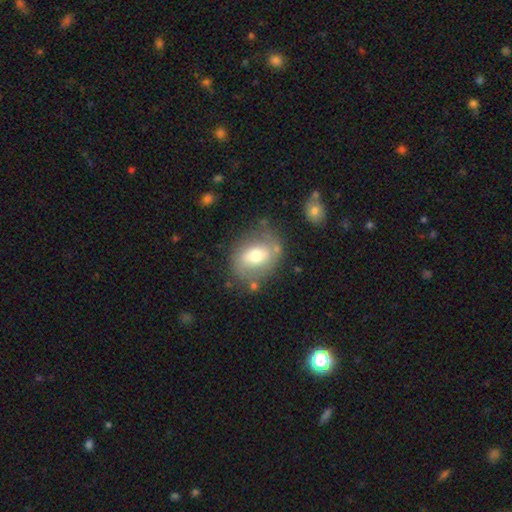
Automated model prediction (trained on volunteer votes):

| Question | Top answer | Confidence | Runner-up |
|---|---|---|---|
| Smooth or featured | smooth | 53% | featured or disk (40%) |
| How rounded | in between | 57% | round (42%) |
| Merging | none | 68% | minor disturbance (18%) |